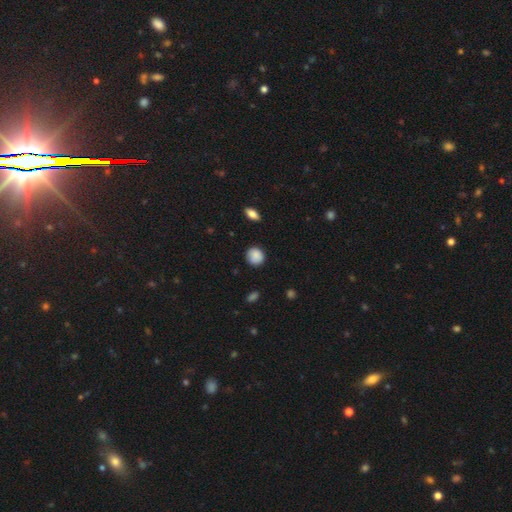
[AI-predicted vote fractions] A smooth galaxy with no disk features (88%) that is round (86%). Merging: none (85%).